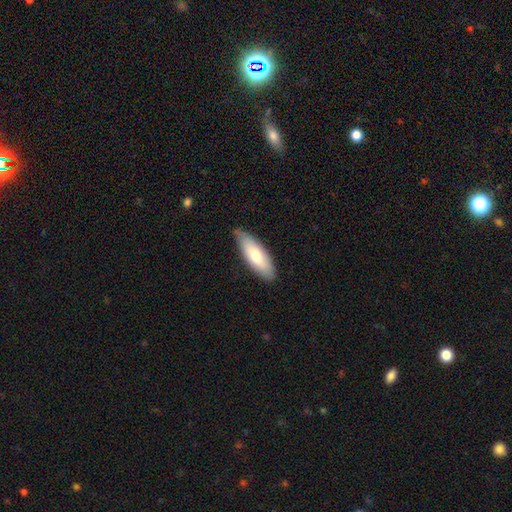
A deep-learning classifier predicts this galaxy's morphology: A smooth galaxy with no disk features (72%) that is in between round and cigar-shaped (63%).

Vote fractions:
- Smooth or featured? smooth: 72% / featured or disk: 22% / star or artifact: 5%
- How rounded? in between: 63% / cigar-shaped: 35% / round: 2%
- Merging? none: 79% / minor disturbance: 18% / major disturbance: 3% / merger: 1%